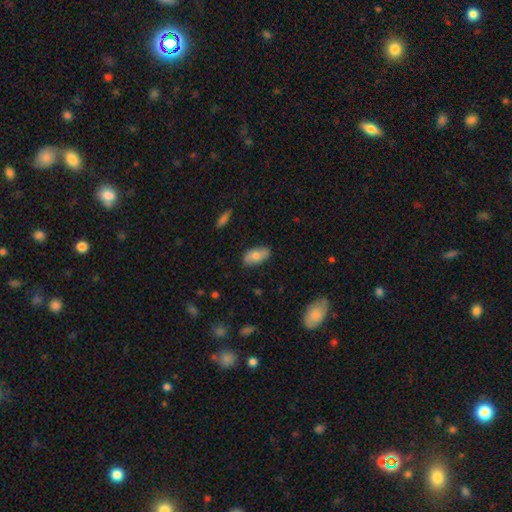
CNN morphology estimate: A smooth galaxy with no disk features (71%) that is in between round and cigar-shaped (92%).

Vote fractions:
- Smooth or featured? smooth: 71% / featured or disk: 22% / star or artifact: 7%
- How rounded? in between: 92% / cigar-shaped: 4% / round: 4%
- Merging? none: 81% / minor disturbance: 15% / major disturbance: 3% / merger: 2%